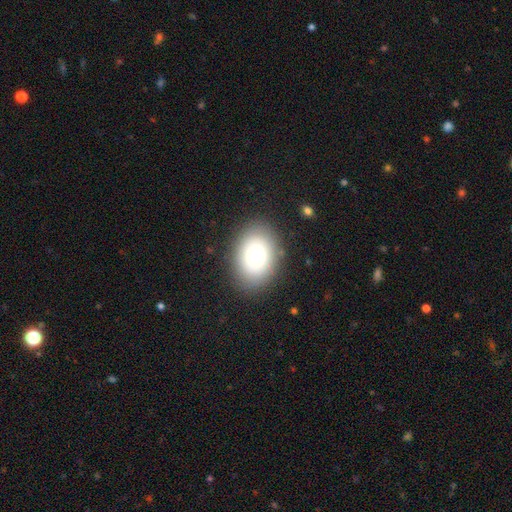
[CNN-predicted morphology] Smooth or featured? Predicted: smooth (p=0.74). How rounded? Predicted: in between (p=0.73). Merging? Predicted: none (p=0.85).